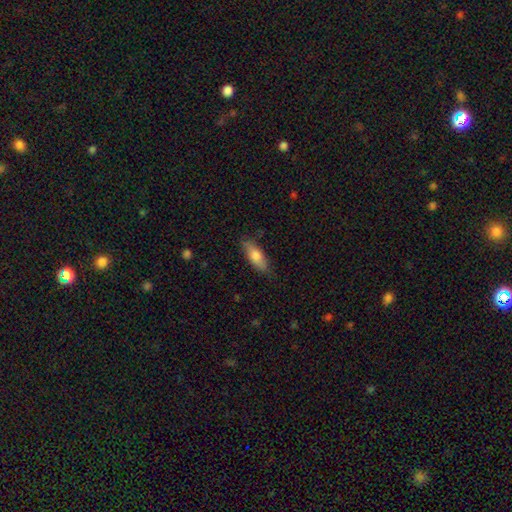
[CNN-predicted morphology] Smooth or featured? smooth (74%)
How rounded? in between (66%)
Merging? none (81%)